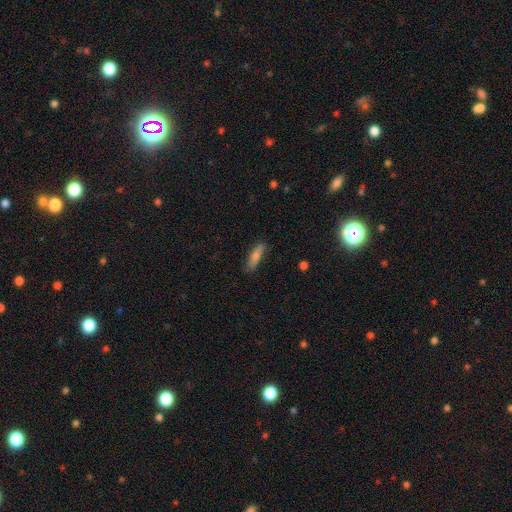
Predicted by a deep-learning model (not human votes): Overall: smooth (60%; featured or disk 31%). How rounded: cigar-shaped (69%). Merging: none (80%).